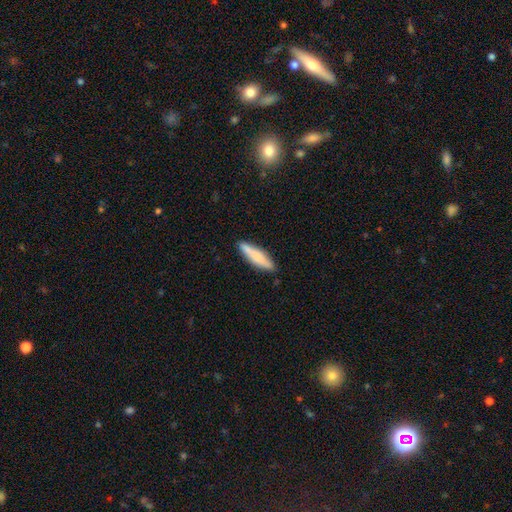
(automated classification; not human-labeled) smooth 75%, featured or disk 19%, star or artifact 6%. Down the decision tree: how rounded — cigar-shaped (79%); merging — none (85%).